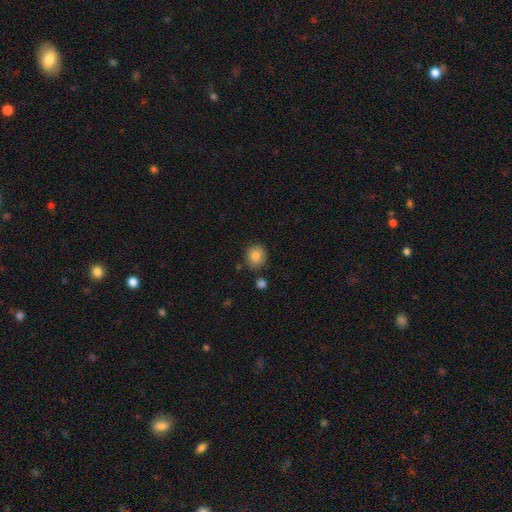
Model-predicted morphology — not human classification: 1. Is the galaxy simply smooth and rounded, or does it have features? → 85% smooth, 9% star or artifact, 6% featured or disk.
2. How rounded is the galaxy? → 80% round, 19% in between, 1% cigar-shaped.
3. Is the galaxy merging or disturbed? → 81% none, 12% minor disturbance, 5% merger, 3% major disturbance.